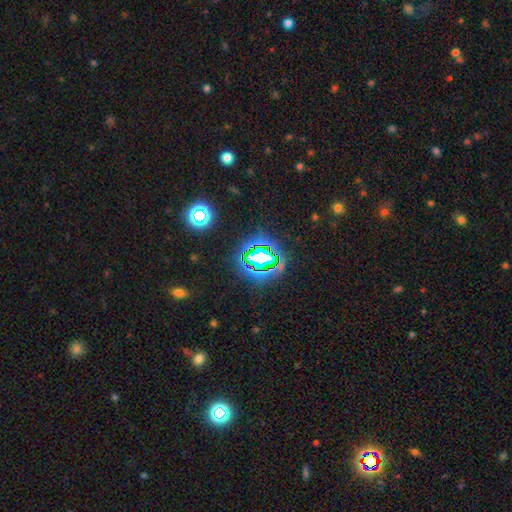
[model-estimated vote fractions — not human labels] This is likely a star or artifact rather than a galaxy (70%).